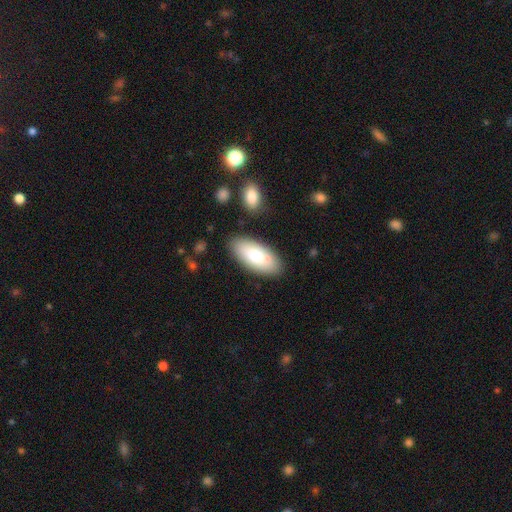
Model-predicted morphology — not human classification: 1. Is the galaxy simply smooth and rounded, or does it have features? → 73% smooth, 21% featured or disk, 6% star or artifact.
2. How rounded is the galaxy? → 89% in between, 8% cigar-shaped, 2% round.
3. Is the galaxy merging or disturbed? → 80% none, 12% minor disturbance, 5% merger, 3% major disturbance.